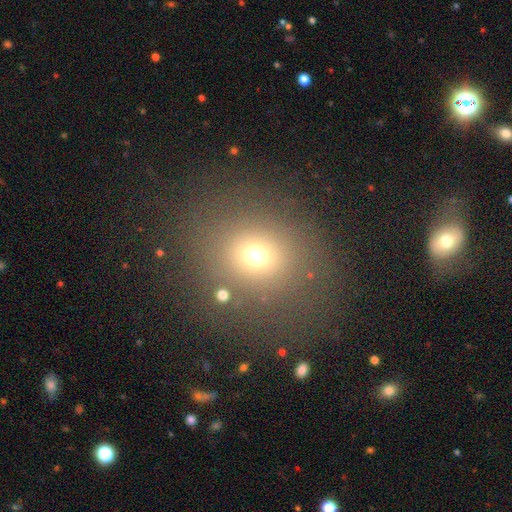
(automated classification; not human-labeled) Morphology: type=smooth (68%); roundness=round (74%); merging=none (80%).